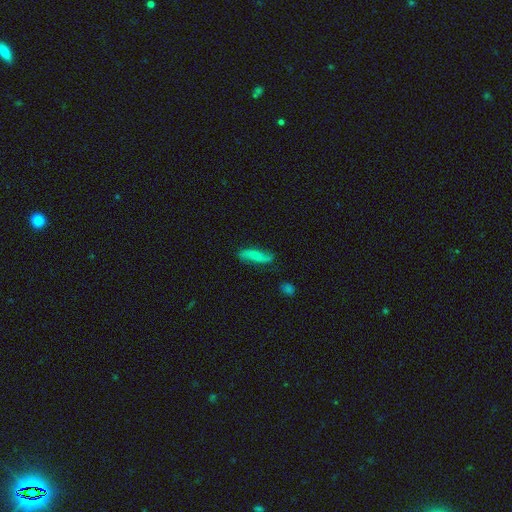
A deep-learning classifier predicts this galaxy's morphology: This is possibly a smooth galaxy (55%). How rounded: possibly cigar-shaped (56%). Merging: likely none (70%).